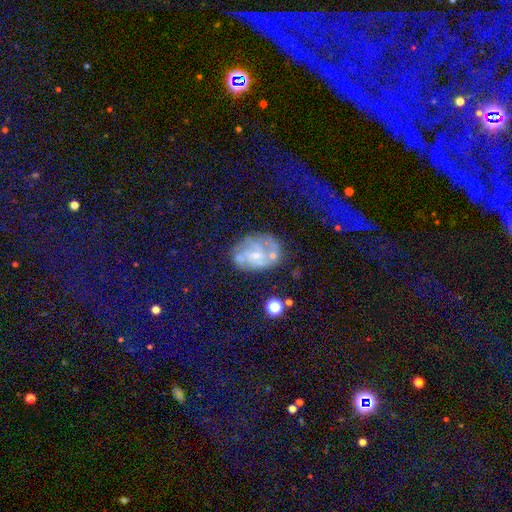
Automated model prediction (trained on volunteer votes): Smooth or featured: featured or disk — 71% (smooth — 18%)
Edge-on disk: no — 98% (yes — 2%)
Bar: no — 62% (weak — 32%)
Spiral arms: yes — 74% (no — 26%)
Spiral winding: medium — 42% (tight — 37%)
Spiral arm count: can't tell — 40% (2 — 21%)
Bulge size: small — 62% (moderate — 26%)
Merging: none — 52% (minor disturbance — 22%)